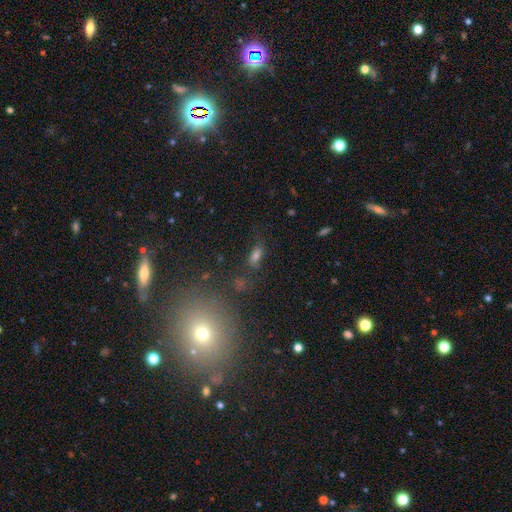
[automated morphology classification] smooth-or-featured: smooth: 62% | star or artifact: 25% | featured or disk: 13%
  how-rounded: in between: 74% | cigar-shaped: 15% | round: 11%
  merging: none: 67% | minor disturbance: 16% | major disturbance: 9% | merger: 8%